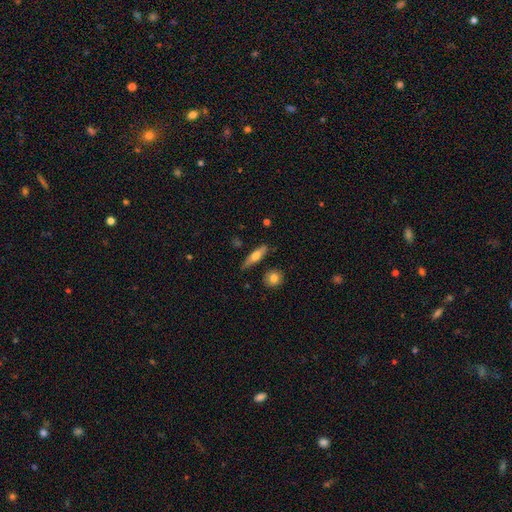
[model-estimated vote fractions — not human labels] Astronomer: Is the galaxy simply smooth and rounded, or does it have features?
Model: smooth — 55% (runner-up: featured or disk, 38%).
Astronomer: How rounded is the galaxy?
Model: cigar-shaped — 65%.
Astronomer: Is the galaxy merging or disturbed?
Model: none — 75%.